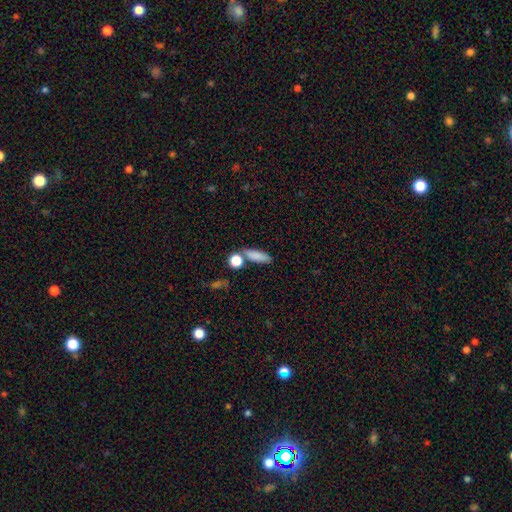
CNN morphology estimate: A smooth galaxy with no disk features (83%) that is in between round and cigar-shaped (51%). Merging: none (67%).